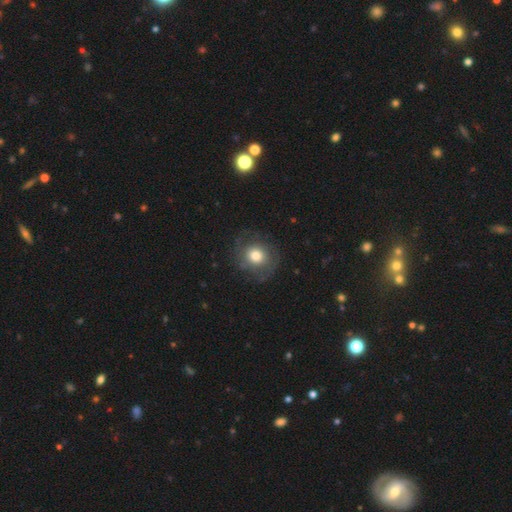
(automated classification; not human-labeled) Overall: smooth (69%). How rounded: round (85%). Merging: none (74%).